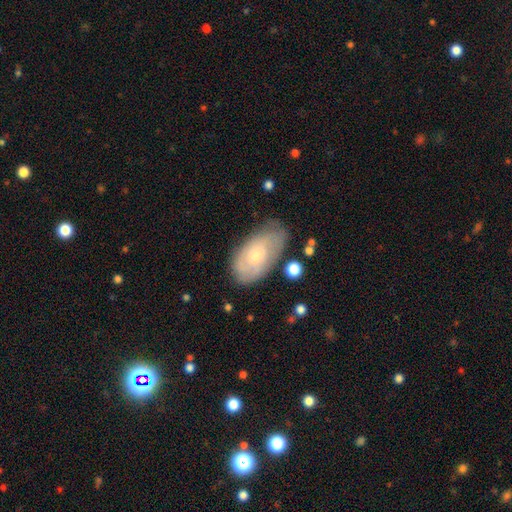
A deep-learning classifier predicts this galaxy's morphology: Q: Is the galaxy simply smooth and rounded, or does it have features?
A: smooth — 51%.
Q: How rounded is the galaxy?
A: in between — 93%.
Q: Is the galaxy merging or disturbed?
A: none — 61%.